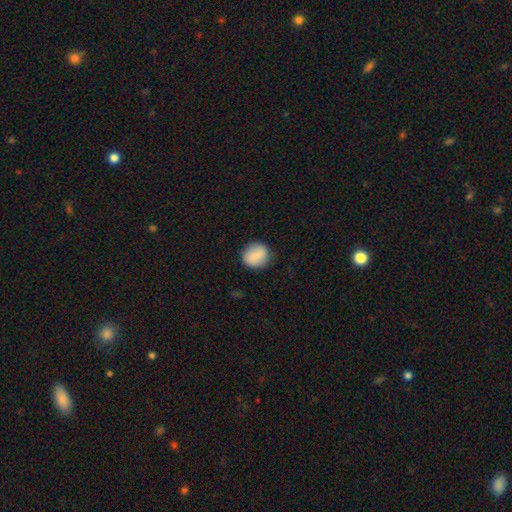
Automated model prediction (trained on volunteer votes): Overall: smooth (82%). How rounded: round (84%). Merging: none (86%).